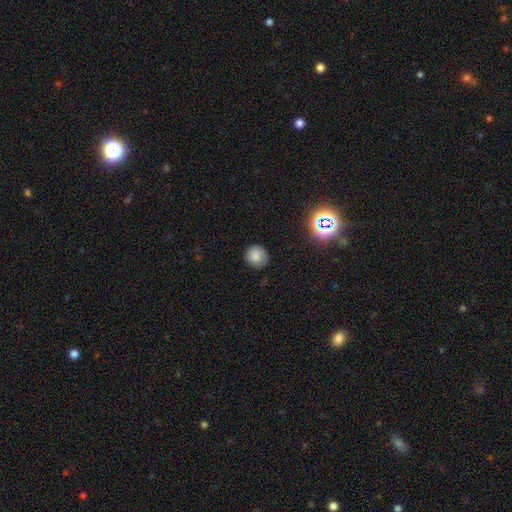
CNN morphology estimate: This is clearly a smooth galaxy (80%). How rounded: clearly round (93%). Merging: clearly none (87%).